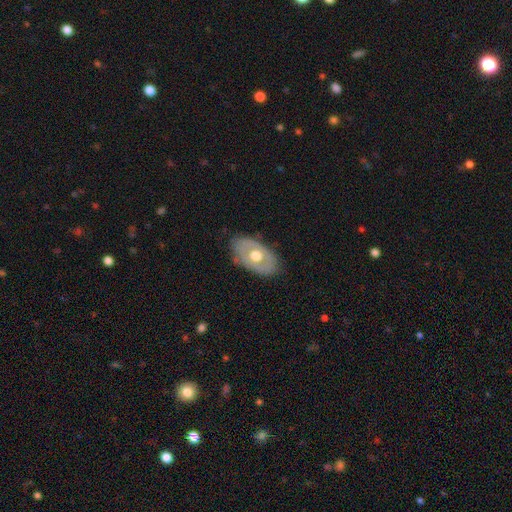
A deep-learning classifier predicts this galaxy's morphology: Smooth or featured? Predicted: featured or disk (p=0.53). Edge-on disk? Predicted: no (p=0.88). Merging? Predicted: none (p=0.79).